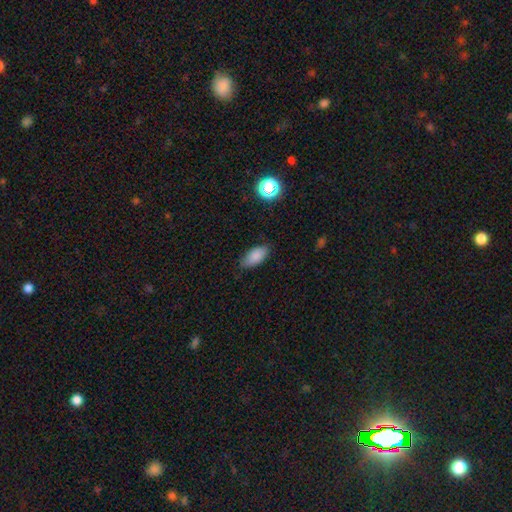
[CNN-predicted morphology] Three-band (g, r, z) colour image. It shows a smooth galaxy with no disk features (85%) that is in between round and cigar-shaped (90%). Merging: none (81%).